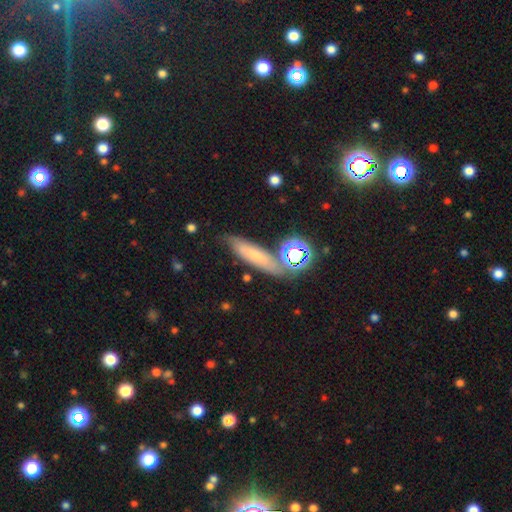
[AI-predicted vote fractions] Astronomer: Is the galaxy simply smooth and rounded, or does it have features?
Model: smooth — 58%.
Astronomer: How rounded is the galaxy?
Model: cigar-shaped — 65%.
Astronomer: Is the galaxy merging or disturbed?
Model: none — 69%.